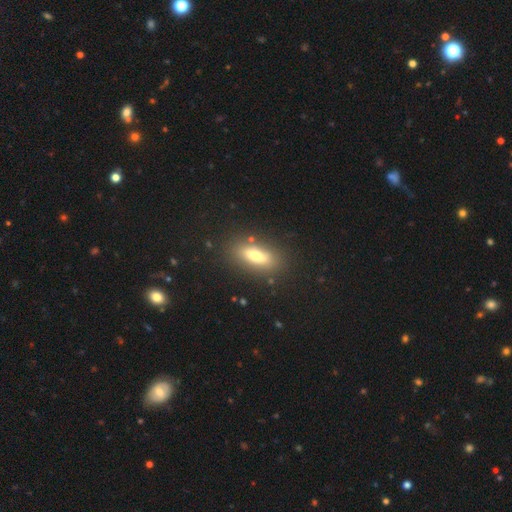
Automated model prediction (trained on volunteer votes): Morphology: type=smooth (69%); roundness=in between (66%); merging=none (83%).